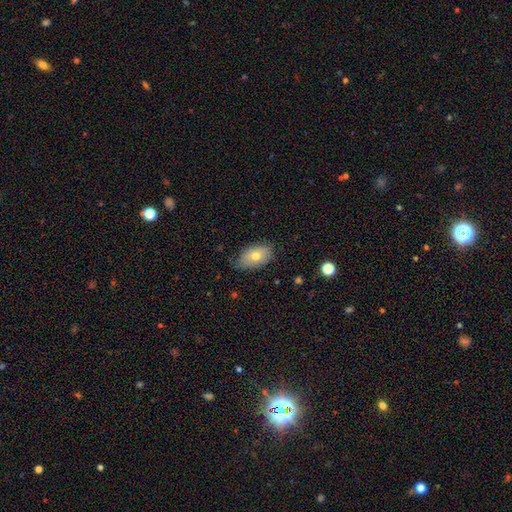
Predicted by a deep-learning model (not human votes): Smooth or featured?
  - smooth: 70% *
  - featured or disk: 22%
  - star or artifact: 8%
How rounded?
  - in between: 90% *
  - round: 8%
  - cigar-shaped: 2%
Merging?
  - none: 75% *
  - minor disturbance: 20%
  - major disturbance: 3%
  - merger: 1%